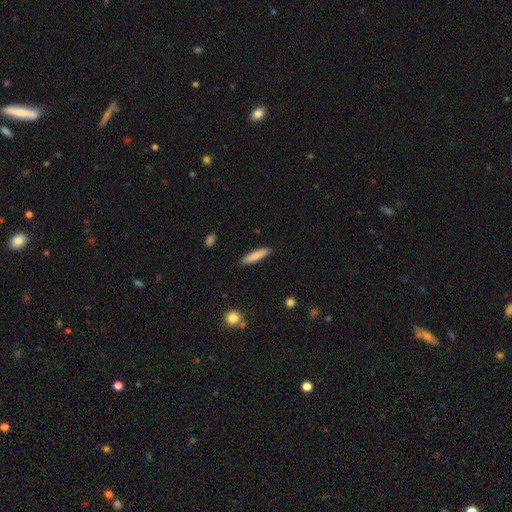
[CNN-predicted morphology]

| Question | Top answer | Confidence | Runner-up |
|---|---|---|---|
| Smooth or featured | smooth | 80% | featured or disk (14%) |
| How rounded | cigar-shaped | 83% | in between (15%) |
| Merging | none | 89% | minor disturbance (8%) |